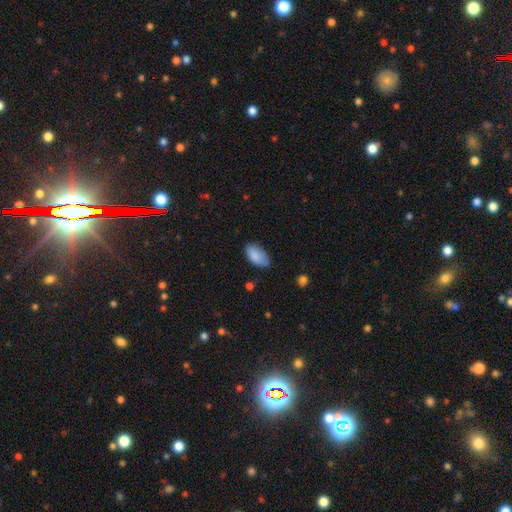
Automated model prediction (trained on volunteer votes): Overall: smooth (87%). How rounded: in between (95%). Merging: none (71%).